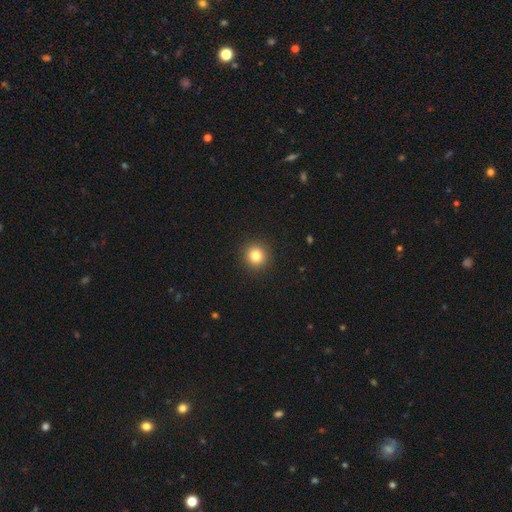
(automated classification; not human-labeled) Overall: smooth (83%). How rounded: round (93%). Merging: none (92%).